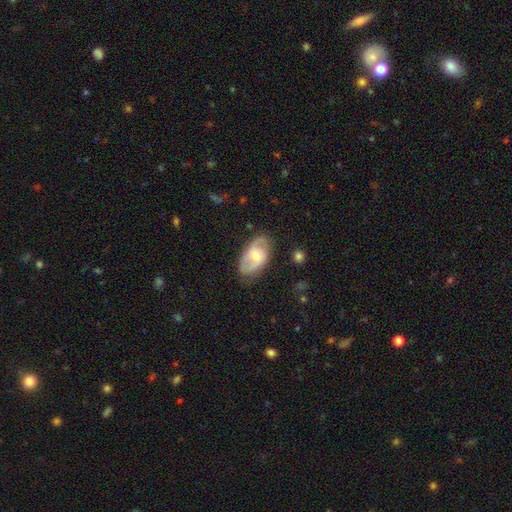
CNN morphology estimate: smooth-or-featured: featured or disk: 62% | smooth: 32% | star or artifact: 6%
  disk-edge-on: no: 92% | yes: 8%
    bar: no: 62% | weak: 30% | strong: 8%
    has-spiral-arms: yes: 71% | no: 29%
    bulge-size: moderate: 63% | small: 31% | large: 4% | none: 1% | dominant: 1%
  merging: none: 70% | minor disturbance: 22% | major disturbance: 7% | merger: 2%